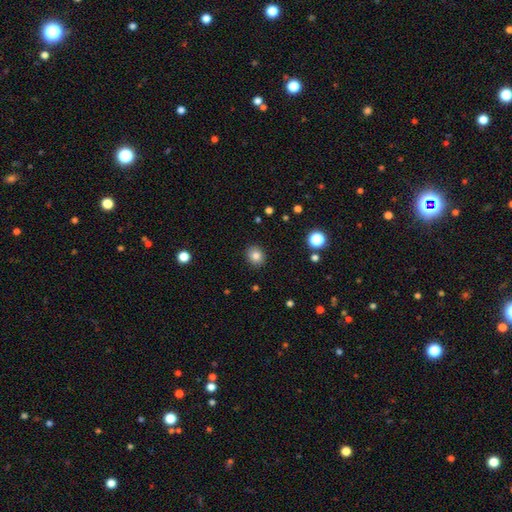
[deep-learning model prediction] A smooth galaxy with no disk features (83%) that is round (68%).

Vote fractions:
- Smooth or featured? smooth: 83% / star or artifact: 11% / featured or disk: 6%
- How rounded? round: 68% / in between: 31% / cigar-shaped: 1%
- Merging? none: 90% / minor disturbance: 7% / major disturbance: 2% / merger: 1%